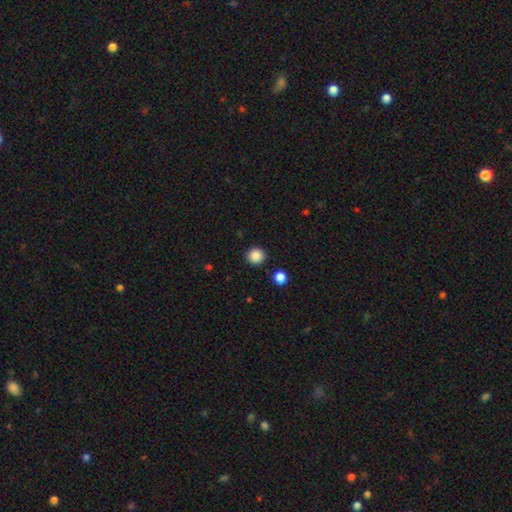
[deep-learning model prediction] smooth_or_featured: smooth (p=0.87) [alt: star or artifact p=0.10]
how_rounded: round (p=0.93) [alt: in between p=0.06]
merging: none (p=0.91) [alt: minor disturbance p=0.05]